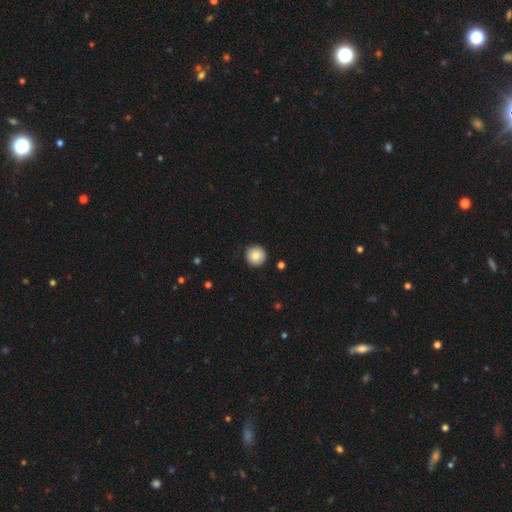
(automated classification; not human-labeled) The model was most divided on "smooth or featured": smooth: 83%, featured or disk: 9%, star or artifact: 8%. More confident: how rounded — round (96%); merging — none (91%).